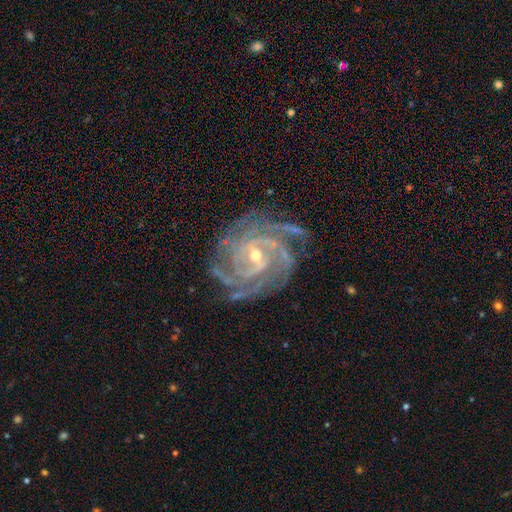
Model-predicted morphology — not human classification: smooth-or-featured: featured or disk: 92% | star or artifact: 5% | smooth: 3%
  disk-edge-on: no: 97% | yes: 3%
    bar: weak: 45% | no: 33% | strong: 22%
    has-spiral-arms: yes: 98% | no: 2%
      spiral-winding: tight: 70% | medium: 26% | loose: 4%
      spiral-arm-count: 4: 26% | 3: 24% | can't tell: 16% | 2: 15% | more than 4: 12% | 1: 7%
    bulge-size: small: 59% | moderate: 38% | large: 1% | none: 1% | dominant: 1%
  merging: none: 72% | minor disturbance: 18% | major disturbance: 8% | merger: 2%